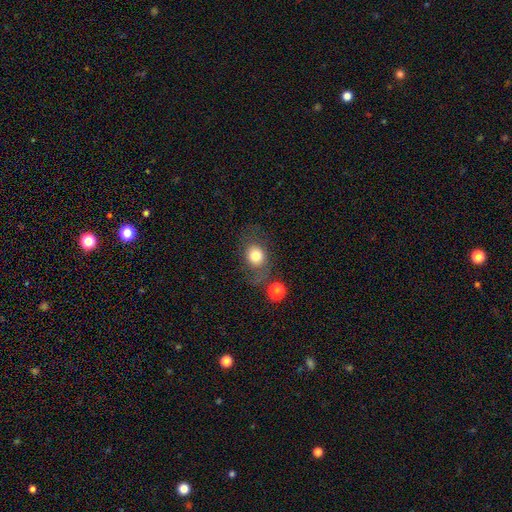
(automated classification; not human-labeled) Overall: smooth (76%). How rounded: round (60%; in between 39%). Merging: none (57%; minor disturbance 20%).